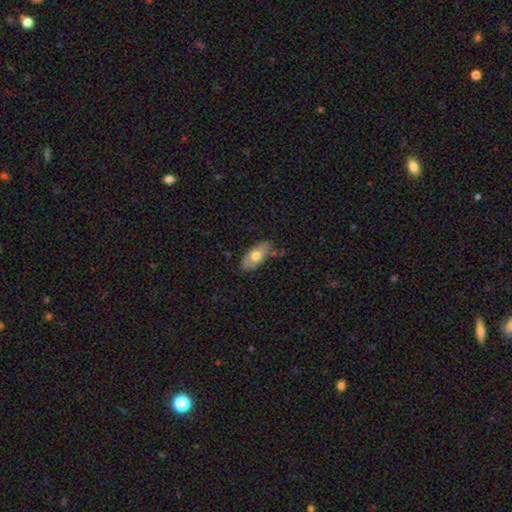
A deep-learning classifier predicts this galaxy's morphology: A smooth galaxy with no disk features (70%) that is in between round and cigar-shaped (91%). Merging: none (74%).